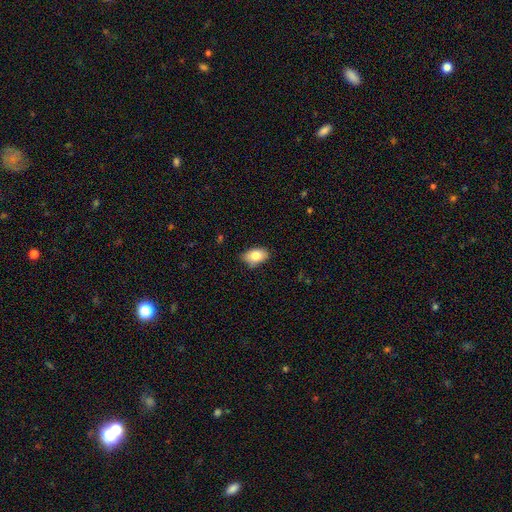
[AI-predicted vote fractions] Overall: smooth (82%). How rounded: in between (89%). Merging: none (78%).